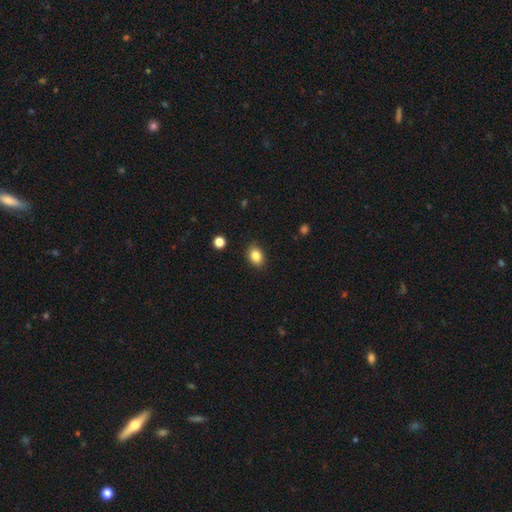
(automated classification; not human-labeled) smooth-or-featured: smooth: 86% | star or artifact: 9% | featured or disk: 5%
  how-rounded: in between: 77% | round: 21% | cigar-shaped: 1%
  merging: none: 87% | minor disturbance: 10% | major disturbance: 2% | merger: 1%